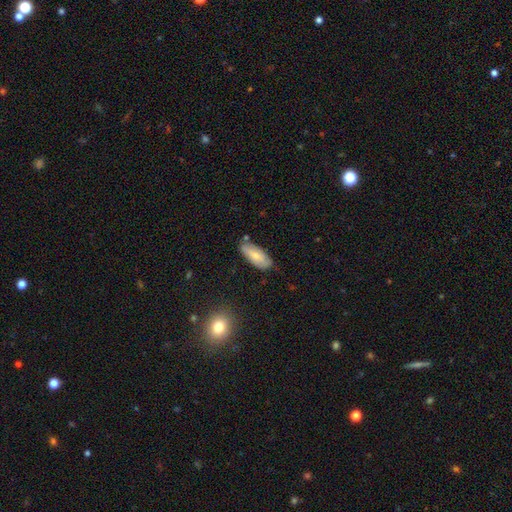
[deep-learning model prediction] A smooth galaxy with no disk features (68%) that is in between round and cigar-shaped (82%).

Vote fractions:
- Smooth or featured? smooth: 68% / featured or disk: 25% / star or artifact: 7%
- How rounded? in between: 82% / cigar-shaped: 16% / round: 2%
- Merging? none: 73% / minor disturbance: 20% / merger: 3% / major disturbance: 3%